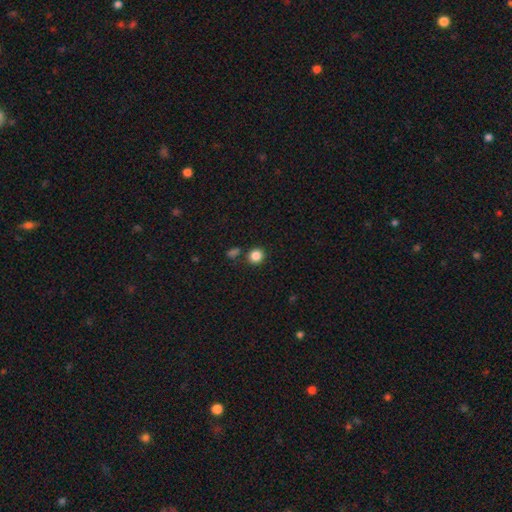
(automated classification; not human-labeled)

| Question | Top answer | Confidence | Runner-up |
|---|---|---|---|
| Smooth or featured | smooth | 85% | star or artifact (11%) |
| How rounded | round | 87% | in between (12%) |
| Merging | none | 82% | minor disturbance (8%) |